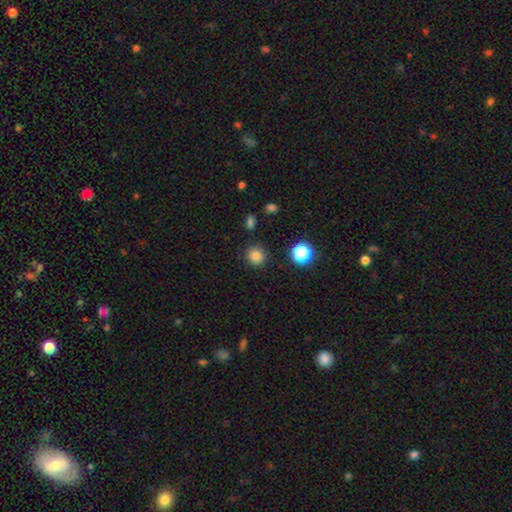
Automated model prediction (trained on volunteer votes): A smooth galaxy with no disk features (82%) that is round (91%).

Vote fractions:
- Smooth or featured? smooth: 82% / star or artifact: 14% / featured or disk: 4%
- How rounded? round: 91% / in between: 8% / cigar-shaped: 1%
- Merging? none: 88% / minor disturbance: 8% / major disturbance: 3% / merger: 2%